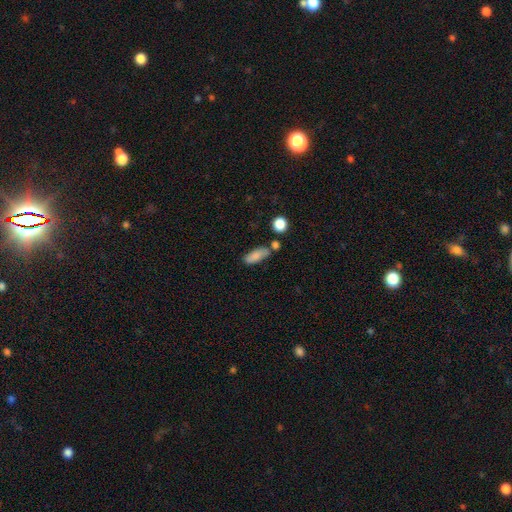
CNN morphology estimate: Overall: smooth (83%). How rounded: in between (76%). Merging: none (63%).